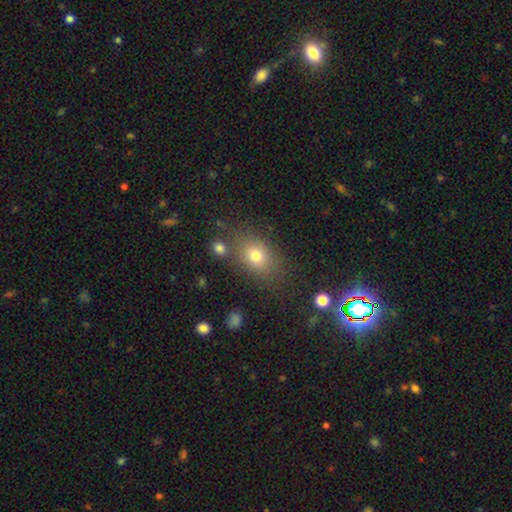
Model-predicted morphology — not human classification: Smooth or featured?
  - smooth: 74% *
  - star or artifact: 14%
  - featured or disk: 12%
How rounded?
  - in between: 67% *
  - round: 31%
  - cigar-shaped: 2%
Merging?
  - none: 74% *
  - minor disturbance: 13%
  - merger: 8%
  - major disturbance: 5%